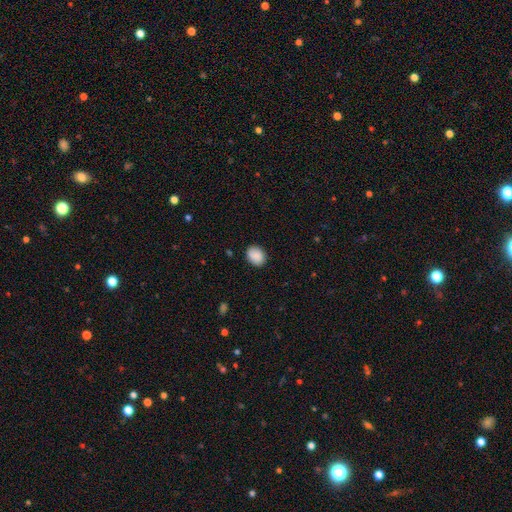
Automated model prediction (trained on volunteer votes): Morphology: type=smooth (86%); roundness=round (50%); merging=none (85%).